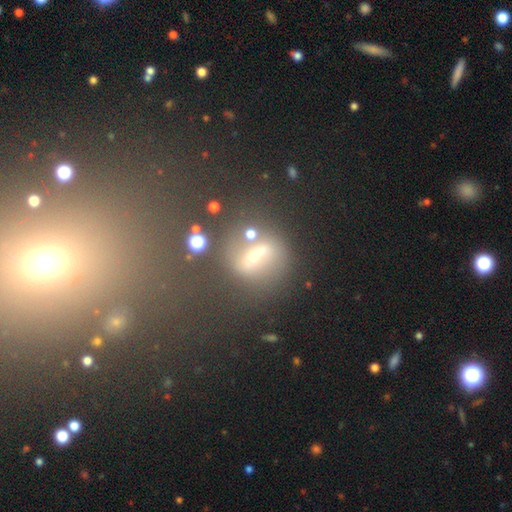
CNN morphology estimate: smooth_or_featured: featured or disk (p=0.38) [tied with: smooth p=0.38]
merging: none (p=0.64) [alt: minor disturbance p=0.15]